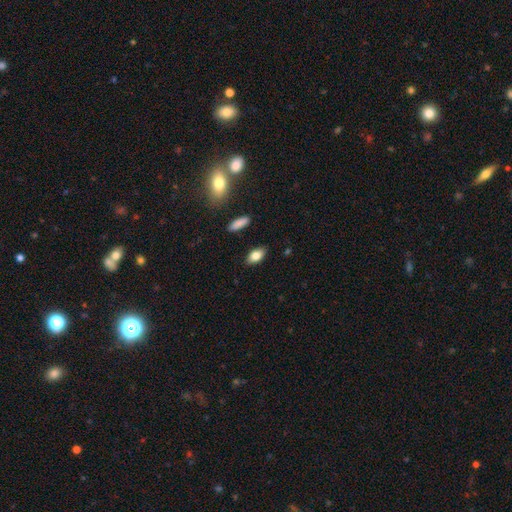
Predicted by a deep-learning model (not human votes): Smooth or featured? Predicted: smooth (p=0.82). How rounded? Predicted: in between (p=0.89). Merging? Predicted: none (p=0.87).